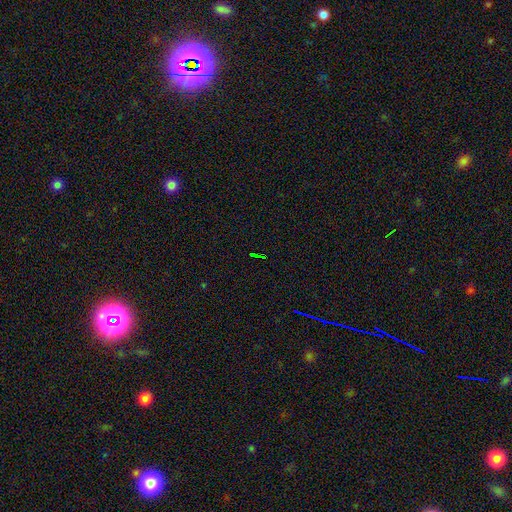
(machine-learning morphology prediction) The model was most divided on "smooth or featured": star or artifact: 76%, smooth: 14%, featured or disk: 10%.